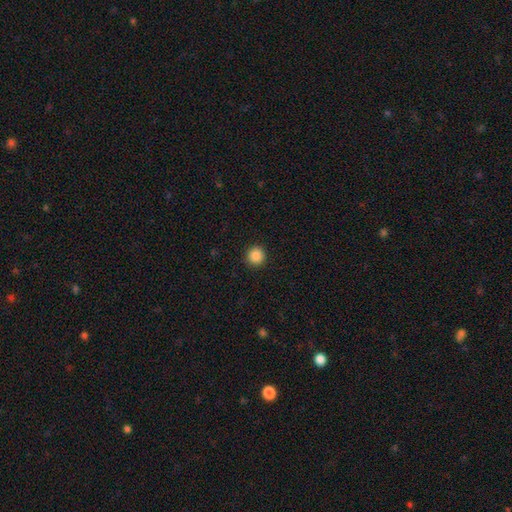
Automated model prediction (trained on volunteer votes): A smooth galaxy with no disk features (88%) that is round (95%).

Vote fractions:
- Smooth or featured? smooth: 88% / star or artifact: 9% / featured or disk: 3%
- How rounded? round: 95% / in between: 4% / cigar-shaped: 1%
- Merging? none: 93% / minor disturbance: 4% / major disturbance: 2% / merger: 1%